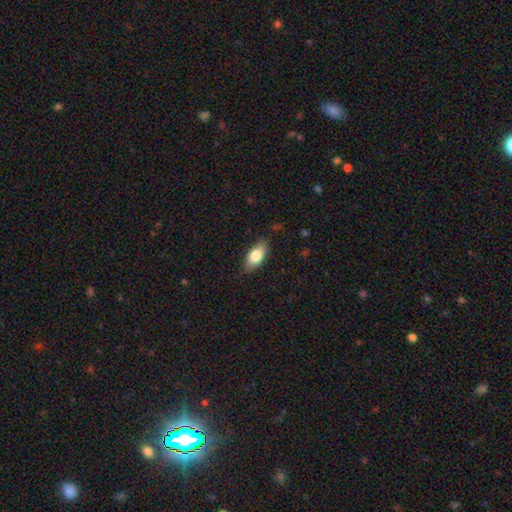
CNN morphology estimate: The model was most divided on "smooth or featured": smooth: 80%, featured or disk: 14%, star or artifact: 7%. More confident: how rounded — in between (88%); merging — none (83%).